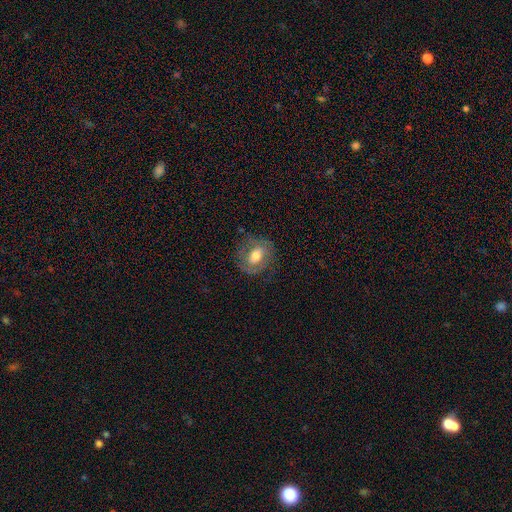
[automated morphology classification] smooth_or_featured: featured or disk (p=0.47) [alt: smooth p=0.46]
merging: none (p=0.70) [alt: minor disturbance p=0.19]